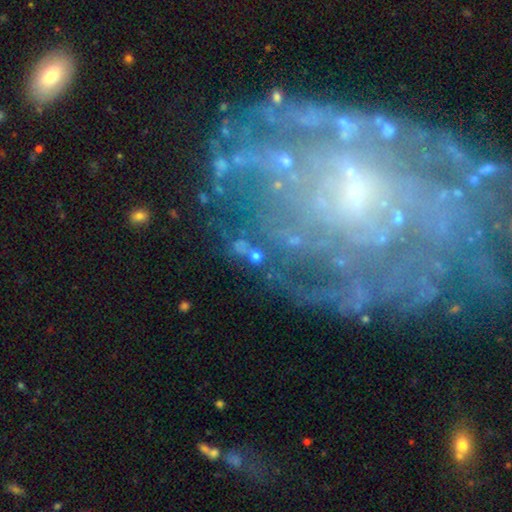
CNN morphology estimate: smooth 40%, star or artifact 34%, featured or disk 26%. Down the decision tree: merging — none (60%).